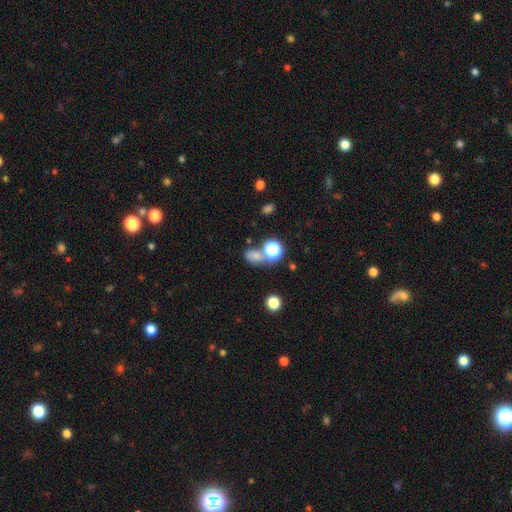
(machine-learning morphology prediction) Smooth or featured? smooth (67%)
How rounded? in between (60%)
Merging? none (49%)